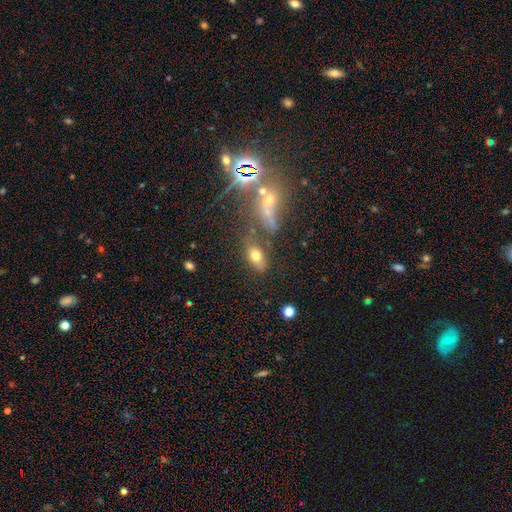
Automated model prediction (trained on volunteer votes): Smooth or featured?
  - smooth: 70% *
  - featured or disk: 16%
  - star or artifact: 14%
How rounded?
  - in between: 82% *
  - round: 14%
  - cigar-shaped: 3%
Merging?
  - none: 58% *
  - minor disturbance: 17%
  - merger: 15%
  - major disturbance: 9%